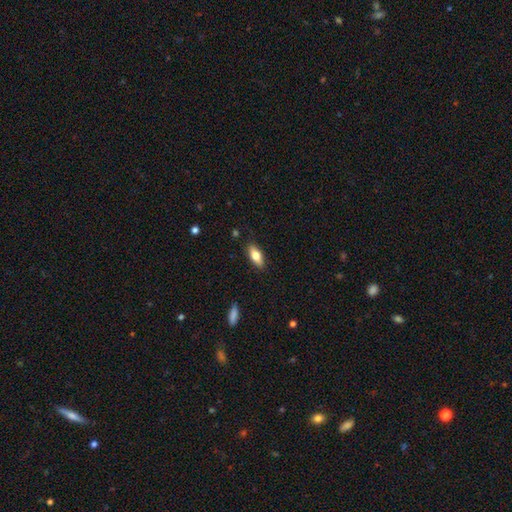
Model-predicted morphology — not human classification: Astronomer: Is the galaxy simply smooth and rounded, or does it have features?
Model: smooth — 75%.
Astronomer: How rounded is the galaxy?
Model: in between — 80%.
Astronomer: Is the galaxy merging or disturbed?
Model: none — 87%.